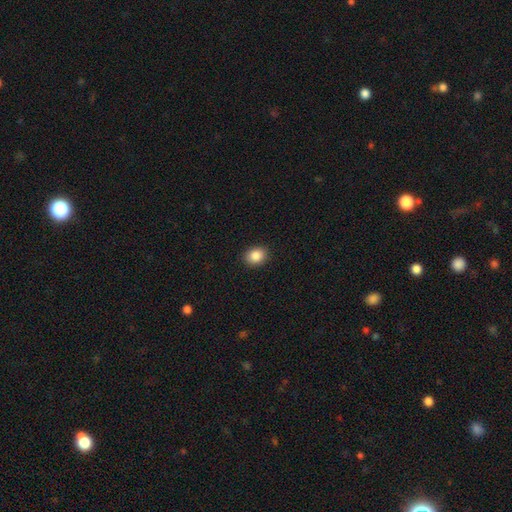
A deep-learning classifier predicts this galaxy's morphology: A smooth galaxy with no disk features (87%) that is round (54%). Merging: none (90%).